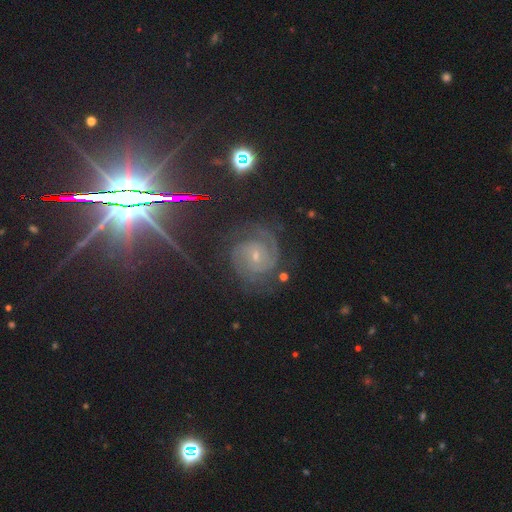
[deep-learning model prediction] Q: Smooth or featured?
A: featured or disk (78%); runner-up: star or artifact (16%)
Q: Edge-on disk?
A: no (97%); runner-up: yes (3%)
Q: Bar?
A: no (65%); runner-up: weak (26%)
Q: Spiral arms?
A: yes (97%); runner-up: no (3%)
Q: Spiral winding?
A: tight (65%); runner-up: medium (30%)
Q: Spiral arm count?
A: 2 (42%); runner-up: 3 (23%)
Q: Bulge size?
A: small (73%); runner-up: moderate (23%)
Q: Merging?
A: none (76%); runner-up: minor disturbance (15%)